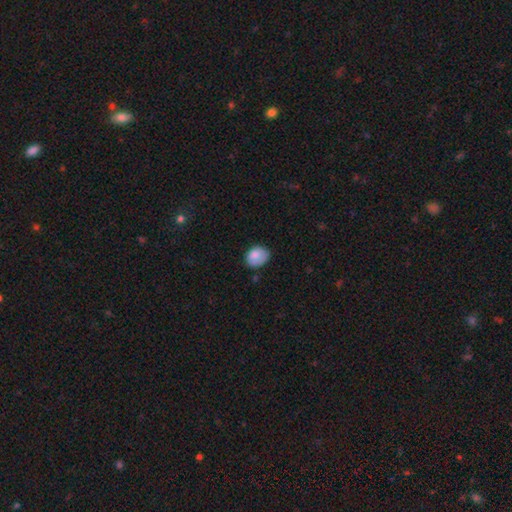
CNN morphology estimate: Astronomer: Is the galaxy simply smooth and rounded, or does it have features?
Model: smooth — 79%.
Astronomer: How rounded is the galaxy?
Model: in between — 62% (runner-up: round, 37%).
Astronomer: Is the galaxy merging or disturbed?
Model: none — 58%.